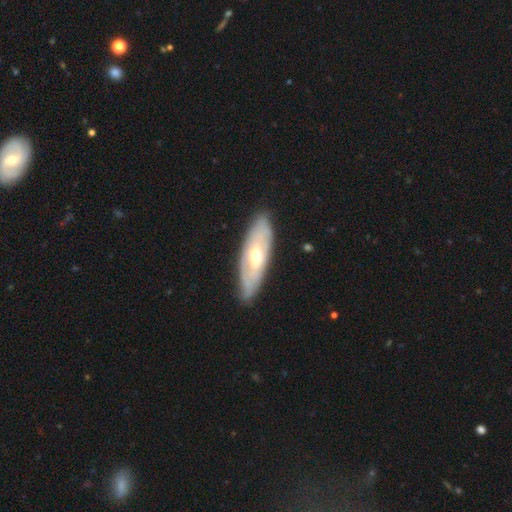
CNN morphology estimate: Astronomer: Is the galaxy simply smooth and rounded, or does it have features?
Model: featured or disk — 62%.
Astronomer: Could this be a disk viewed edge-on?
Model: no — 69%.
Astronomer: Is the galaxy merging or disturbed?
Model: none — 84%.